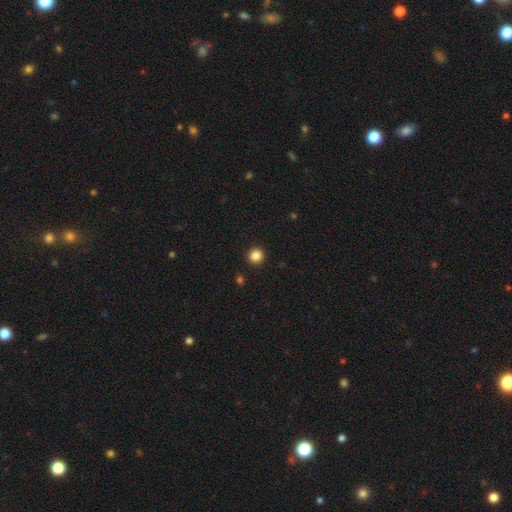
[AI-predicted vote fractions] This is clearly a smooth galaxy (86%). How rounded: clearly round (95%). Merging: clearly none (93%).